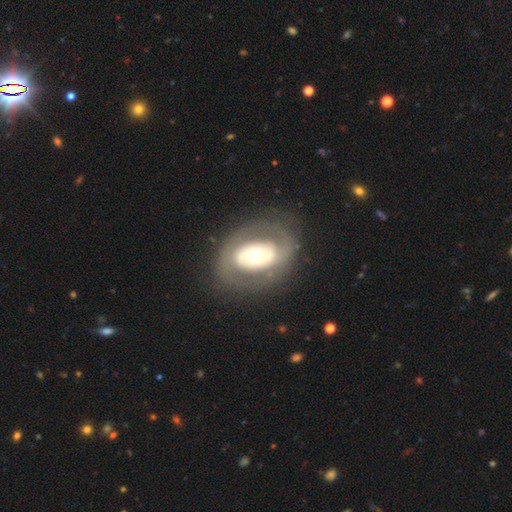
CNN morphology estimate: A featured or disk galaxy (63%) with no bar (73%), no spiral arms (72%) and a moderate central bulge (61%). Merging: none (78%).